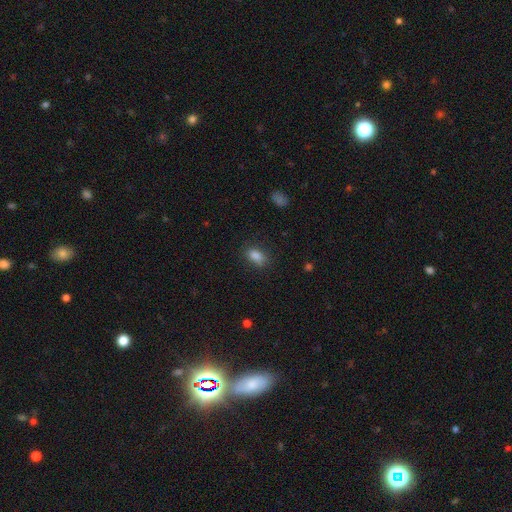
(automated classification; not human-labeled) Smooth or featured: smooth — 85% (star or artifact — 10%)
How rounded: in between — 86% (round — 10%)
Merging: none — 76% (minor disturbance — 17%)